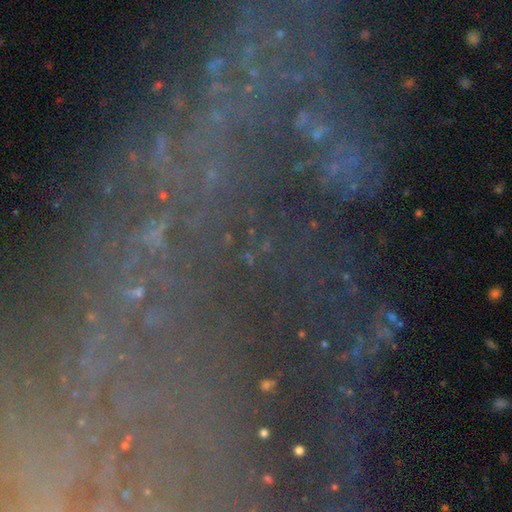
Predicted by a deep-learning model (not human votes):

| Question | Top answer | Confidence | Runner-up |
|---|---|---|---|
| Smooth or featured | star or artifact | 66% | featured or disk (22%) |